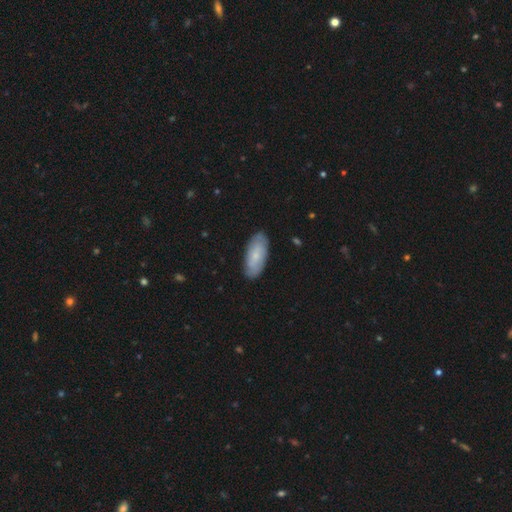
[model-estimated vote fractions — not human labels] Q: Smooth or featured?
A: smooth (62%); runner-up: featured or disk (32%)
Q: How rounded?
A: in between (85%); runner-up: cigar-shaped (14%)
Q: Merging?
A: none (84%); runner-up: minor disturbance (13%)